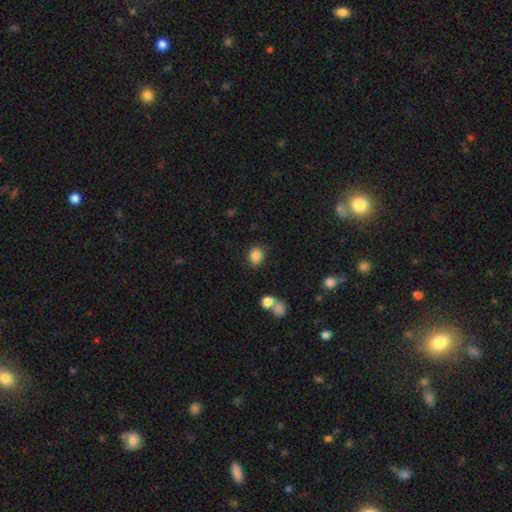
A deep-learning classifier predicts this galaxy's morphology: This is clearly a smooth galaxy (85%). How rounded: possibly round (50%). Merging: clearly none (81%).